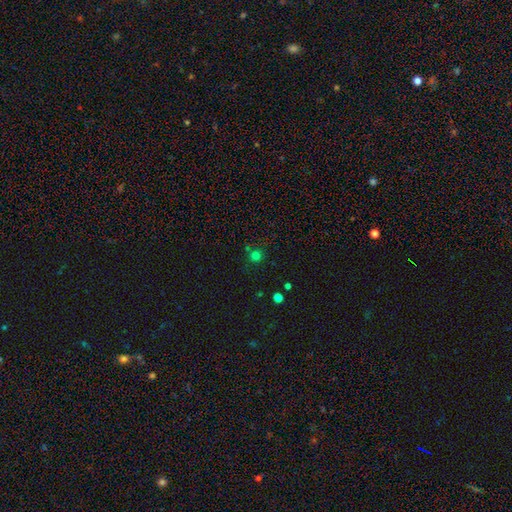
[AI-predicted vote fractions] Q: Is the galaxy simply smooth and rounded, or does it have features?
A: smooth — 72%.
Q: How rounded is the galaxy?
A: round — 93%.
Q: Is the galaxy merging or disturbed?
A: none — 77%.